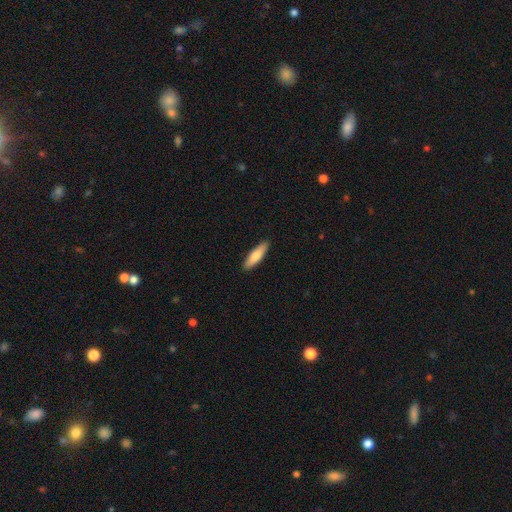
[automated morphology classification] smooth 76%, featured or disk 19%, star or artifact 5%. Down the decision tree: how rounded — cigar-shaped (64%); merging — none (90%).